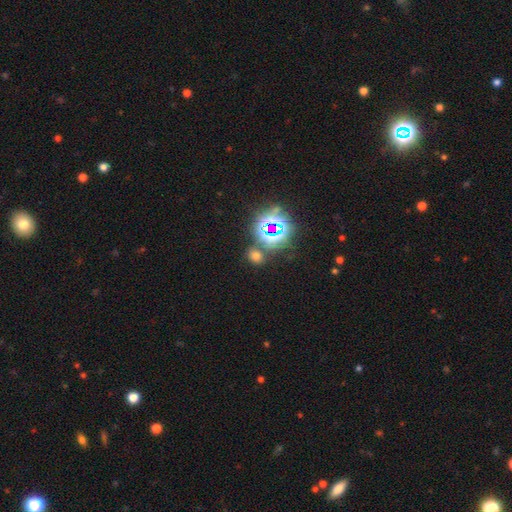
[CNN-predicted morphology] smooth-or-featured: smooth: 54% | star or artifact: 39% | featured or disk: 7%
  how-rounded: round: 53% | in between: 45% | cigar-shaped: 2%
  merging: none: 74% | merger: 11% | minor disturbance: 10% | major disturbance: 4%